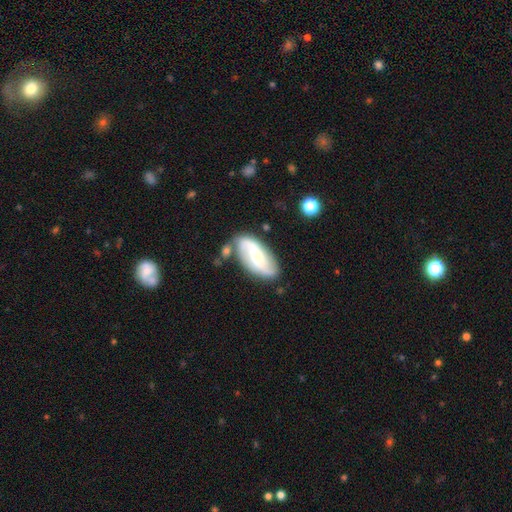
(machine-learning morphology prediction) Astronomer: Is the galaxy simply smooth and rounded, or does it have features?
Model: featured or disk — 63%.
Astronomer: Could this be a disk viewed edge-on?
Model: no — 93%.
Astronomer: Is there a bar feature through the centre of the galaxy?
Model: no — 44% (runner-up: weak, 38%).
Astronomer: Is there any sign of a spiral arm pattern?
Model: yes — 91%.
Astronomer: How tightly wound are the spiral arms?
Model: loose — 46% (runner-up: medium, 36%).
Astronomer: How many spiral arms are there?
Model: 2 — 86%.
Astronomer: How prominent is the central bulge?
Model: small — 44% (runner-up: moderate, 35%).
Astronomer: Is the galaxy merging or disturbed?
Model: none — 69%.